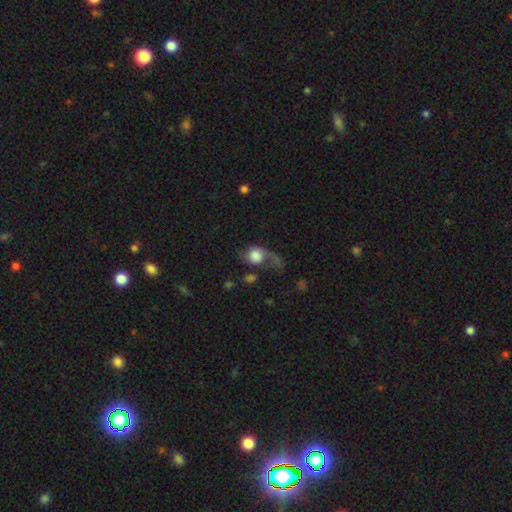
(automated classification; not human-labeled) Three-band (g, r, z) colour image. It shows a smooth galaxy with no disk features (60%) that is round (66%). Merging: major disturbance (48%).